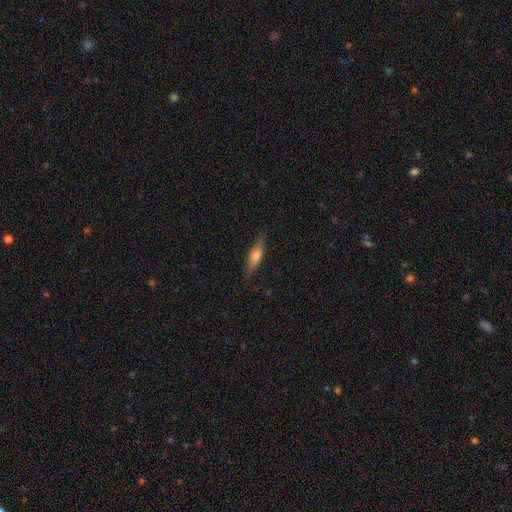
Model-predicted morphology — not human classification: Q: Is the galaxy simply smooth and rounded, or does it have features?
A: smooth — 49%.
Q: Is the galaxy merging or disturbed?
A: none — 84%.